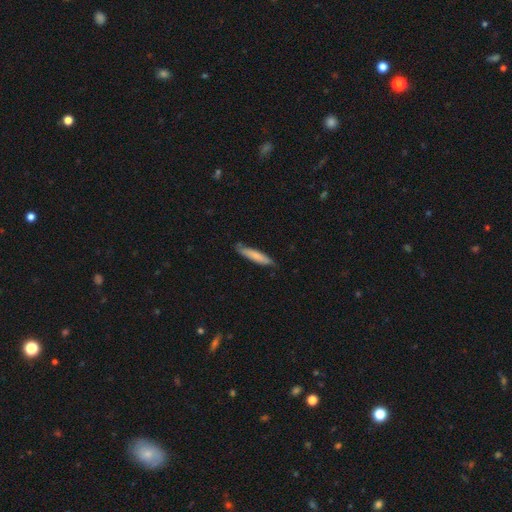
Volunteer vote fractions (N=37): A smooth galaxy with no disk features (70%) that is cigar-shaped (88%).

Vote fractions:
- Smooth or featured? smooth: 70% / featured or disk: 27% / star or artifact: 3%
- How rounded? cigar-shaped: 88% / in between: 12% / round: 0%
- Merging? none: 69% / minor disturbance: 31% / major disturbance: 0% / merger: 0%